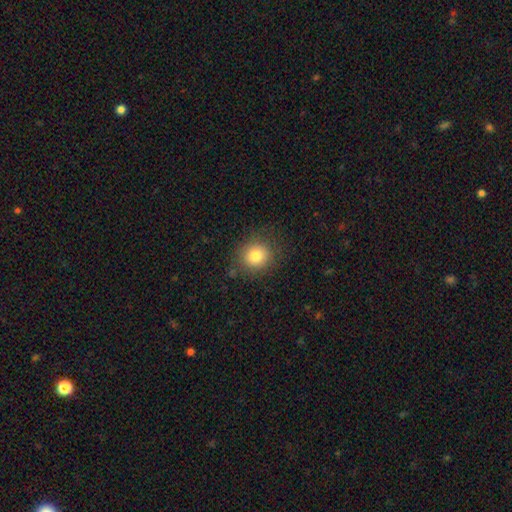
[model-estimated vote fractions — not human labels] Smooth or featured: smooth — 81% (star or artifact — 11%)
How rounded: round — 82% (in between — 17%)
Merging: none — 83% (minor disturbance — 11%)